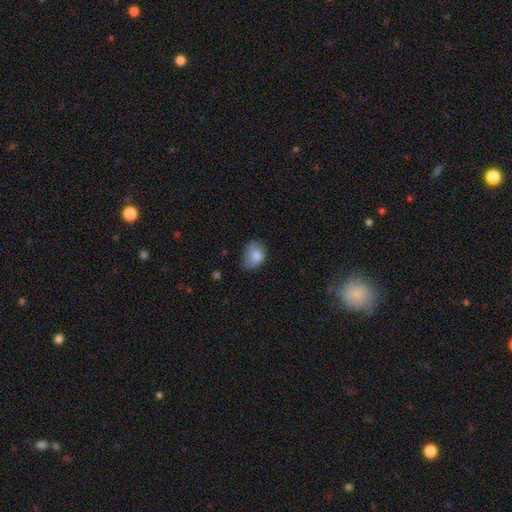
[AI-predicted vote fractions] Smooth or featured: smooth — 82% (featured or disk — 10%)
How rounded: in between — 71% (round — 28%)
Merging: none — 53% (minor disturbance — 34%)